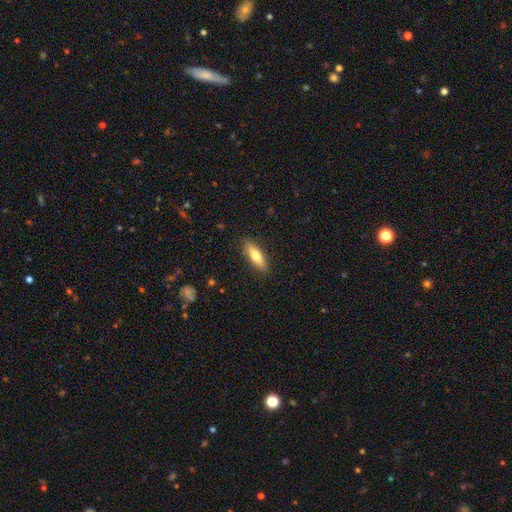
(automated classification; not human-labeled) Q: Smooth or featured?
A: smooth (69%); runner-up: featured or disk (25%)
Q: How rounded?
A: cigar-shaped (49%); tied with: in between (49%)
Q: Merging?
A: none (87%); runner-up: minor disturbance (10%)